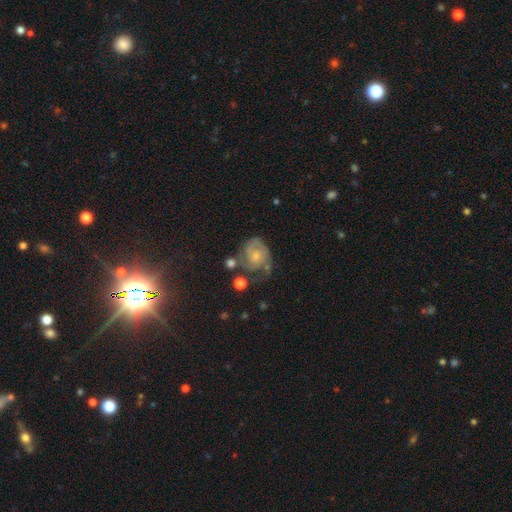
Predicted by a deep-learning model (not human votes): Morphology: type=featured or disk (69%); edge-on=no (98%); bar=no (69%); spiral arms=yes (88%); winding=tight (52%); arm count=2 (47%); bulge=moderate (42%); merging=none (43%).